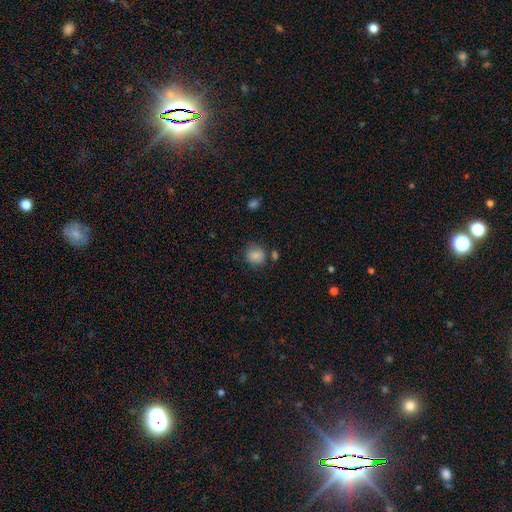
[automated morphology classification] A smooth galaxy with no disk features (84%) that is round (76%). Merging: none (71%).